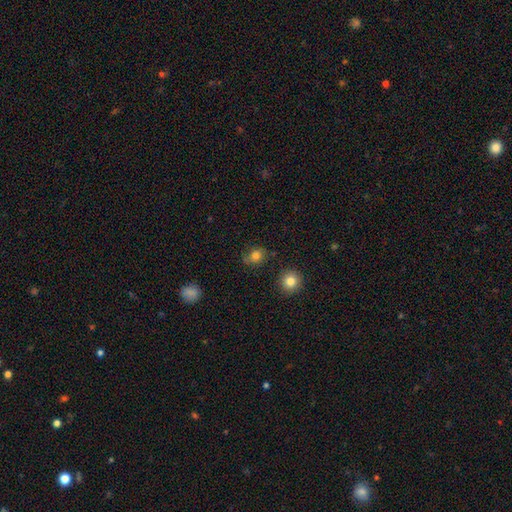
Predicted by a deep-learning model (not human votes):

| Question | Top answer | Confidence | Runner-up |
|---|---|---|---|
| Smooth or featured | smooth | 78% | star or artifact (12%) |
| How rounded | round | 58% | in between (40%) |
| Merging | none | 71% | minor disturbance (20%) |